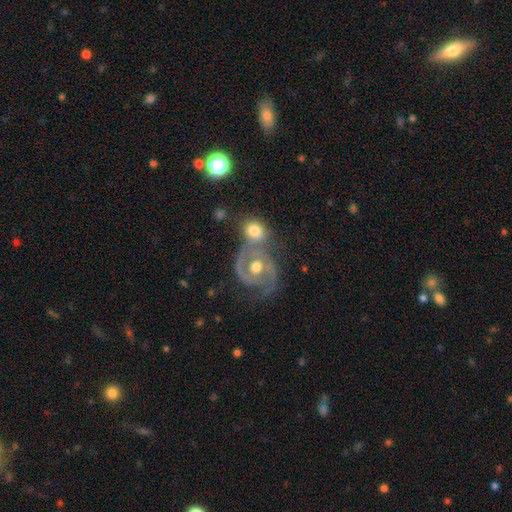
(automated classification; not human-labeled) Q: Smooth or featured?
A: featured or disk (68%); runner-up: star or artifact (16%)
Q: Edge-on disk?
A: no (97%); runner-up: yes (3%)
Q: Bar?
A: no (66%); runner-up: weak (26%)
Q: Spiral arms?
A: yes (81%); runner-up: no (19%)
Q: Spiral winding?
A: medium (42%); runner-up: tight (40%)
Q: Spiral arm count?
A: 2 (63%); runner-up: can't tell (17%)
Q: Bulge size?
A: moderate (51%); runner-up: small (41%)
Q: Merging?
A: none (53%); runner-up: merger (25%)